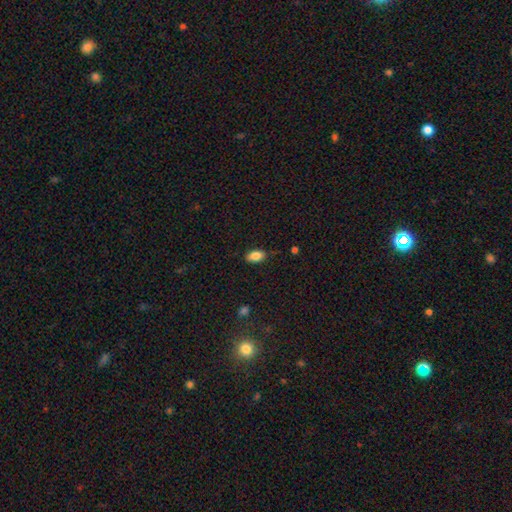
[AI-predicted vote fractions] A smooth galaxy with no disk features (86%) that is in between round and cigar-shaped (91%). Merging: none (84%).